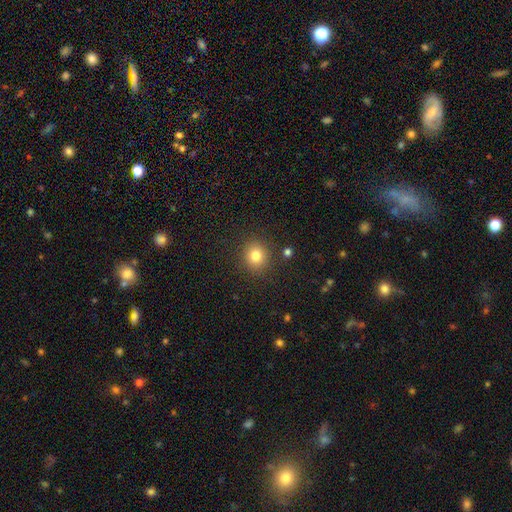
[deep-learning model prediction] Morphology: type=smooth (80%); roundness=round (84%); merging=none (87%).